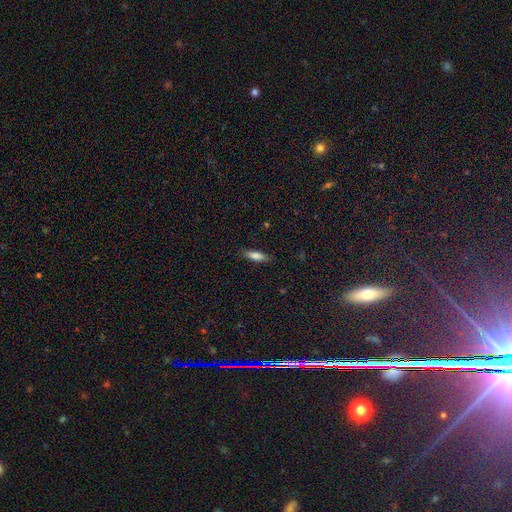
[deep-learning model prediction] A smooth galaxy with no disk features (76%) that is cigar-shaped (58%). Merging: none (85%).